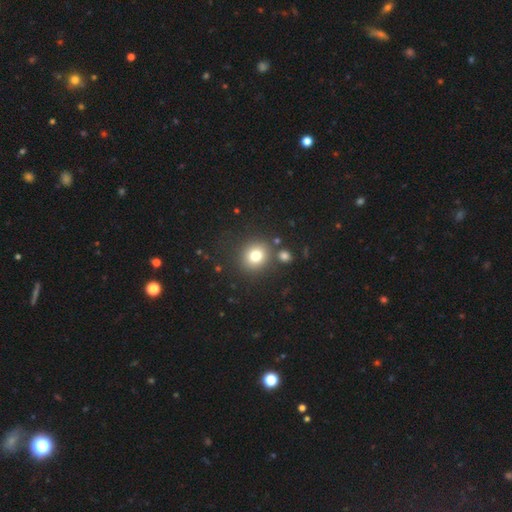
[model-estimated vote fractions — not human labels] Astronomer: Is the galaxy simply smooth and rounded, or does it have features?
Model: smooth — 77%.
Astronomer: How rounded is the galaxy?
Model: round — 85%.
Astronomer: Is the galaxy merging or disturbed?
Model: none — 81%.